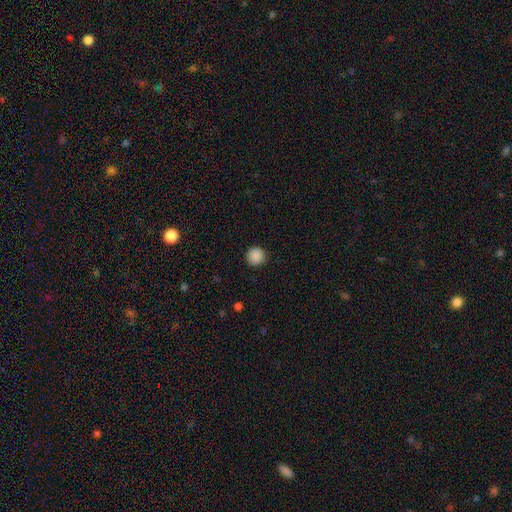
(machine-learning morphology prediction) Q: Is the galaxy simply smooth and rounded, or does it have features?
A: smooth — 88%.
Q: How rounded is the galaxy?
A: round — 95%.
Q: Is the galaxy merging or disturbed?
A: none — 91%.